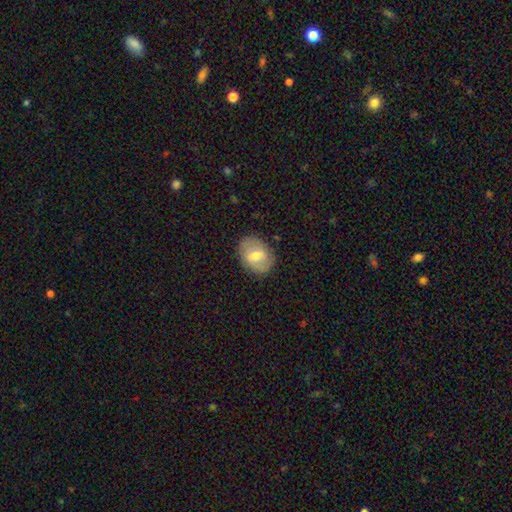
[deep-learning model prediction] The model was most divided on "smooth or featured": smooth: 52%, featured or disk: 41%, star or artifact: 7%. More confident: merging — none (81%); how rounded — in between (69%).